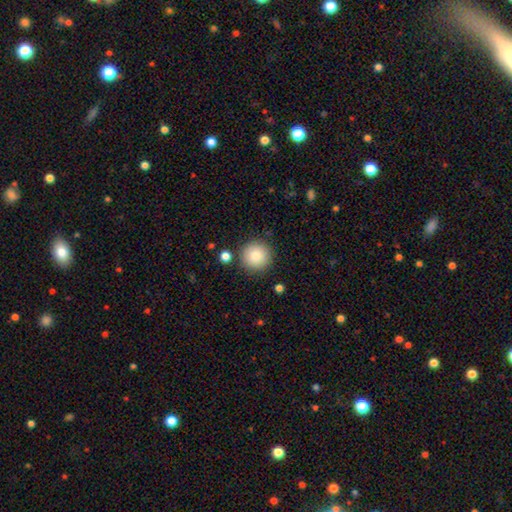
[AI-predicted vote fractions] This appears to be a smooth galaxy with no disk features (85%) that is round (96%). Merging: none (88%).